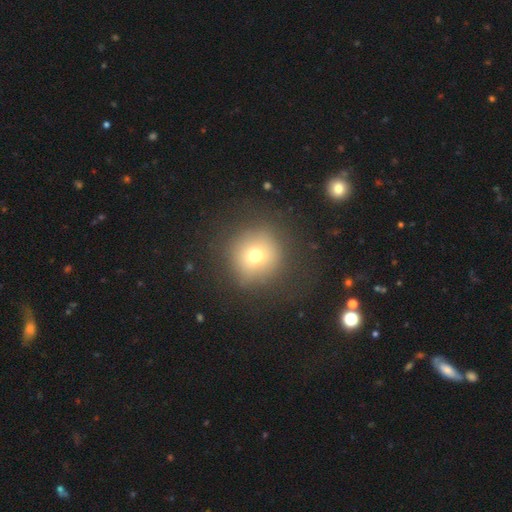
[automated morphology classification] Smooth or featured? smooth (69%)
How rounded? round (94%)
Merging? none (81%)